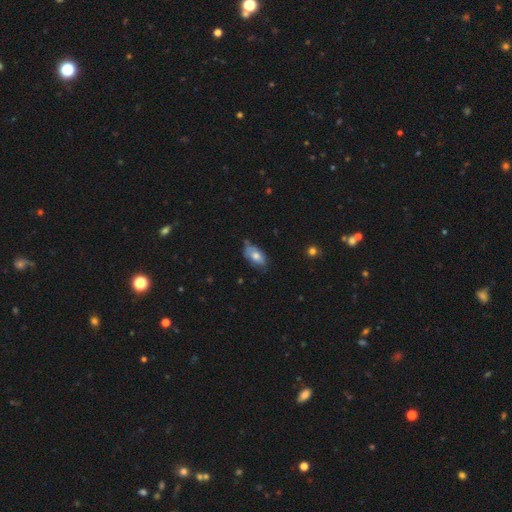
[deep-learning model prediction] smooth 65%, featured or disk 27%, star or artifact 8%. Down the decision tree: how rounded — in between (90%); merging — none (53%).